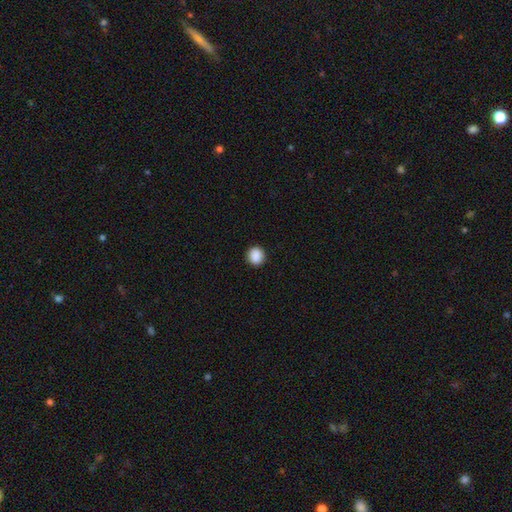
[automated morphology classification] Q: Smooth or featured?
A: smooth (89%); runner-up: star or artifact (9%)
Q: How rounded?
A: round (89%); runner-up: in between (10%)
Q: Merging?
A: none (91%); runner-up: minor disturbance (6%)